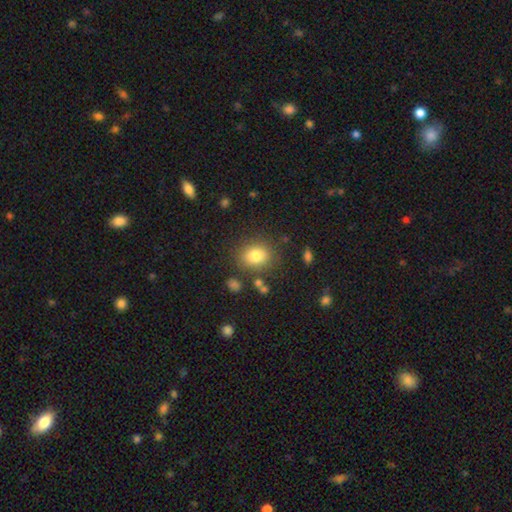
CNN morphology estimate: Q: Smooth or featured?
A: smooth (81%); runner-up: star or artifact (11%)
Q: How rounded?
A: round (60%); runner-up: in between (39%)
Q: Merging?
A: none (80%); runner-up: minor disturbance (11%)